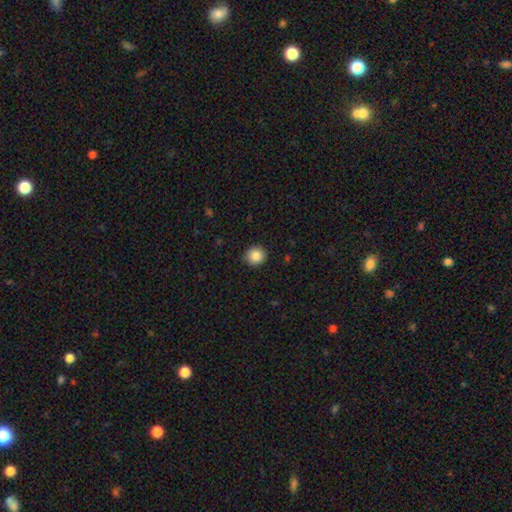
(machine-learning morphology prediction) Smooth or featured? smooth (87%)
How rounded? round (89%)
Merging? none (89%)